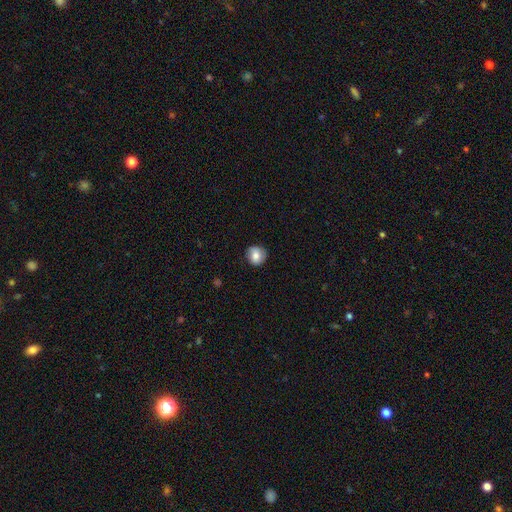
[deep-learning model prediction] Morphology: type=smooth (74%); roundness=round (87%); merging=none (84%).